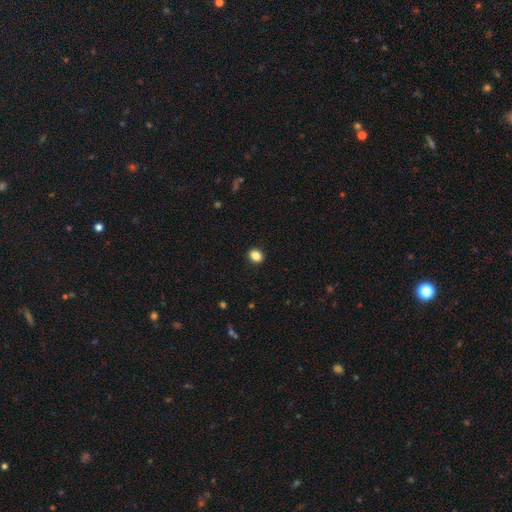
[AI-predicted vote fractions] Q: Smooth or featured?
A: smooth (87%); runner-up: star or artifact (10%)
Q: How rounded?
A: in between (51%); runner-up: round (48%)
Q: Merging?
A: none (91%); runner-up: minor disturbance (6%)